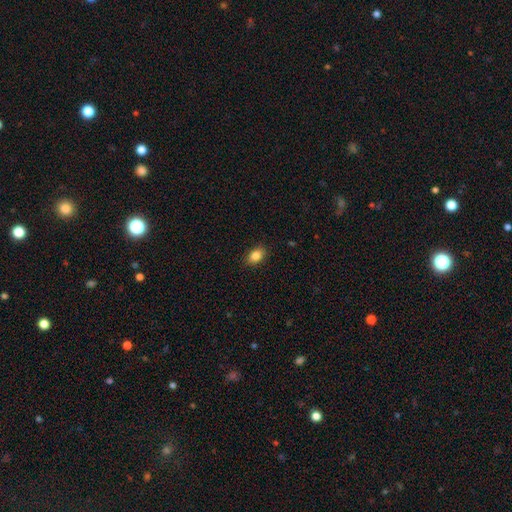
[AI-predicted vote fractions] smooth 86%, star or artifact 9%, featured or disk 5%. Down the decision tree: how rounded — in between (81%); merging — none (88%).